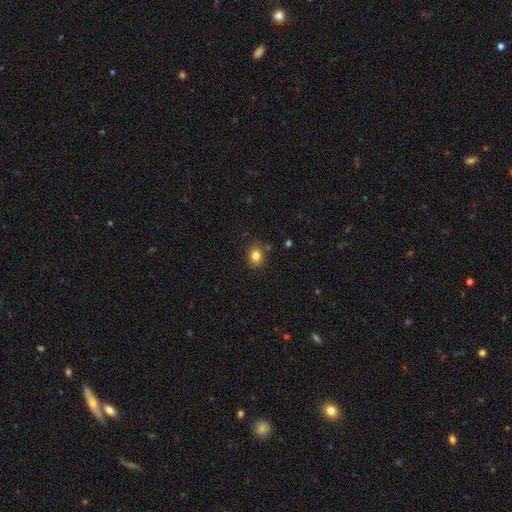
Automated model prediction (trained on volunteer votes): Smooth or featured? smooth (82%)
How rounded? round (71%)
Merging? none (82%)